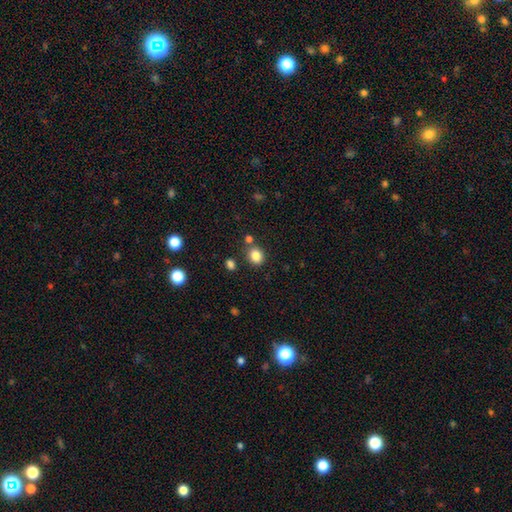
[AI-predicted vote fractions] The model was most divided on "how rounded": round: 64%, in between: 35%, cigar-shaped: 1%. More confident: smooth or featured — smooth (83%); merging — none (78%).